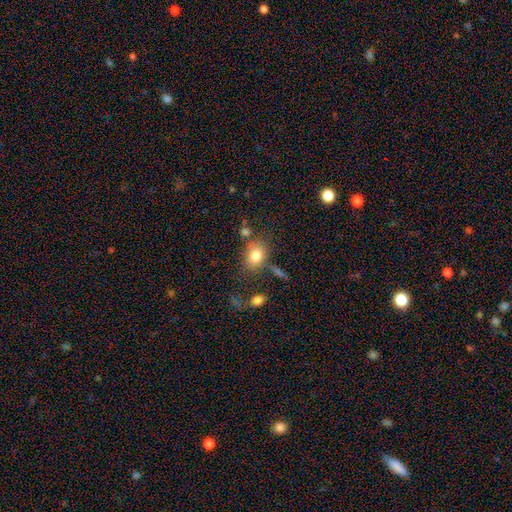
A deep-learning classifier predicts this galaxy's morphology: A smooth galaxy with no disk features (80%) that is in between round and cigar-shaped (61%).

Vote fractions:
- Smooth or featured? smooth: 80% / featured or disk: 10% / star or artifact: 10%
- How rounded? in between: 61% / round: 38% / cigar-shaped: 1%
- Merging? none: 64% / minor disturbance: 18% / merger: 11% / major disturbance: 8%